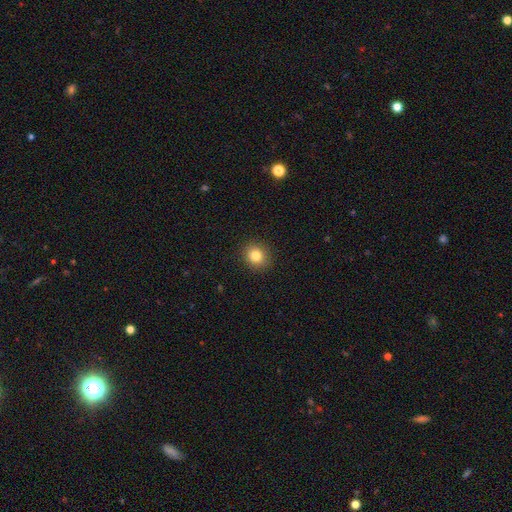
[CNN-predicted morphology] This is clearly a smooth galaxy (83%). How rounded: likely round (79%). Merging: clearly none (91%).